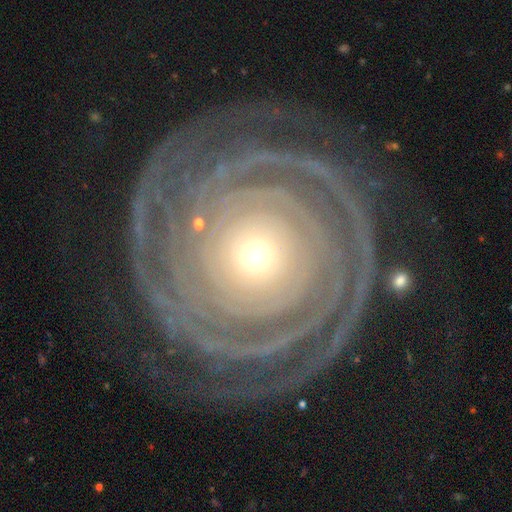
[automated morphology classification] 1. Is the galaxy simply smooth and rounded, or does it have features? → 88% featured or disk, 6% star or artifact, 6% smooth.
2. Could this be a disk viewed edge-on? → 97% no, 3% yes.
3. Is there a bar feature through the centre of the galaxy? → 86% no, 9% weak, 6% strong.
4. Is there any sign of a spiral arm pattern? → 95% yes, 5% no.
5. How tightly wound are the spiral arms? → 84% tight, 12% medium, 5% loose.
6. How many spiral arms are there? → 23% can't tell, 19% 2, 17% more than 4, 15% 3, 14% 4, 11% 1.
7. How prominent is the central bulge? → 70% small, 25% moderate, 3% large, 1% dominant, 1% none.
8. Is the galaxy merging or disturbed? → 78% none, 11% minor disturbance, 9% major disturbance, 2% merger.